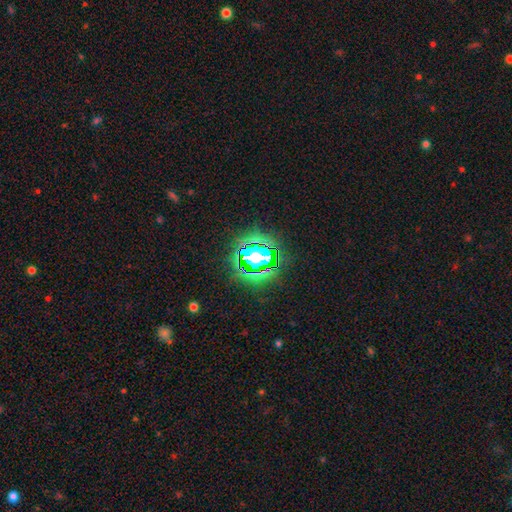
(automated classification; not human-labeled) Overall: star or artifact (69%).